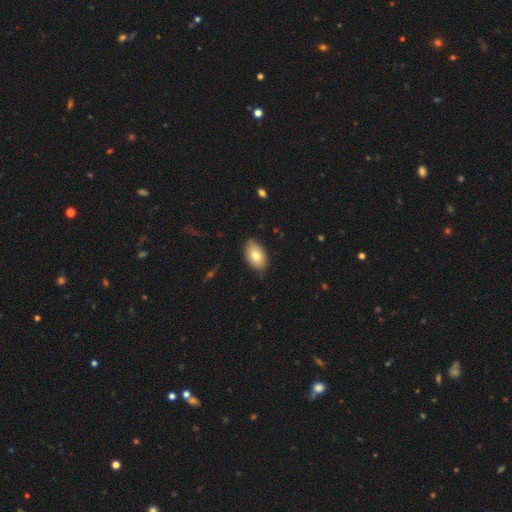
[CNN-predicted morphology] smooth-or-featured: smooth: 76% | featured or disk: 17% | star or artifact: 7%
  how-rounded: in between: 92% | round: 7% | cigar-shaped: 1%
  merging: none: 84% | minor disturbance: 12% | major disturbance: 2% | merger: 1%